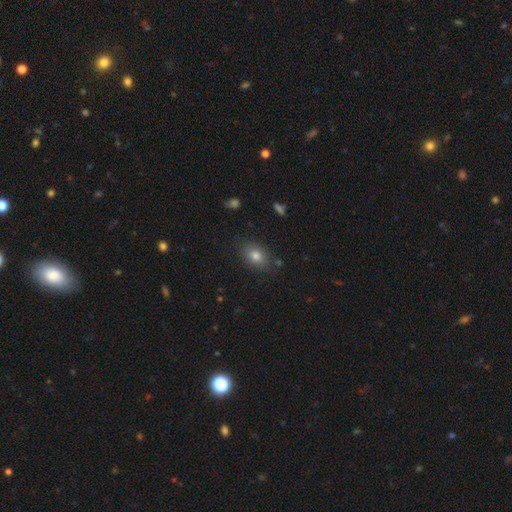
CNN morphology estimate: type=smooth (79%); roundness=in between (75%); merging=none (83%).